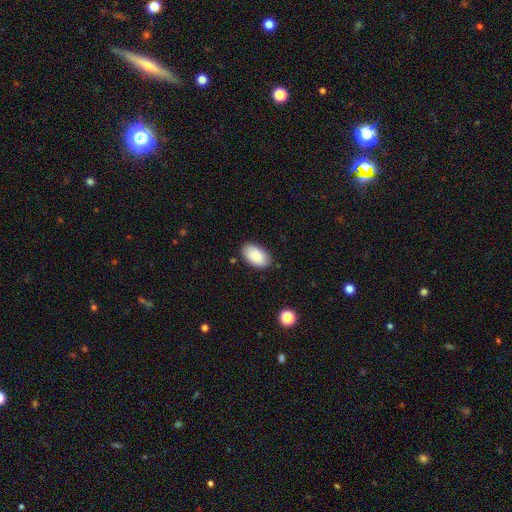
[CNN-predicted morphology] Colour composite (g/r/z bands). It shows a smooth galaxy with no disk features (88%) that is in between round and cigar-shaped (94%). Merging: none (84%).